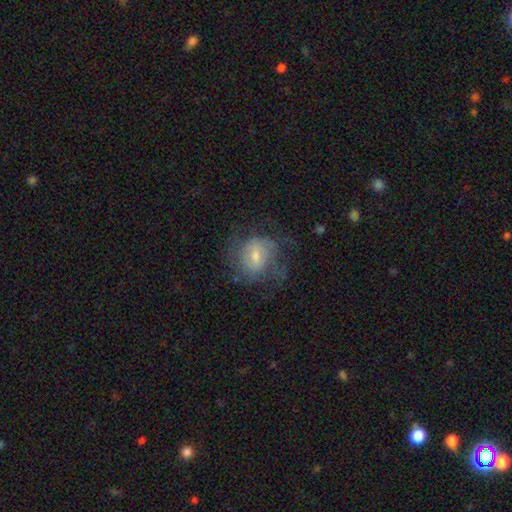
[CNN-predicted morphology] smooth_or_featured: featured or disk (p=0.54) [alt: smooth p=0.36]
disk_edge_on: no (p=0.97) [alt: yes p=0.03]
bar: no (p=0.48) [alt: weak p=0.43]
has_spiral_arms: yes (p=0.73) [alt: no p=0.27]
bulge_size: small (p=0.48) [alt: moderate p=0.43]
merging: none (p=0.54) [alt: major disturbance p=0.23]